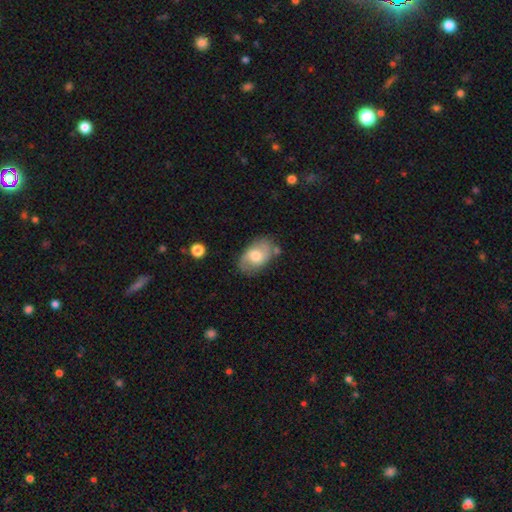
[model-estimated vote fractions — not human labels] A smooth galaxy with no disk features (49%).

Vote fractions:
- Smooth or featured? smooth: 49% / featured or disk: 44% / star or artifact: 7%
- Merging? none: 71% / minor disturbance: 19% / major disturbance: 5% / merger: 5%